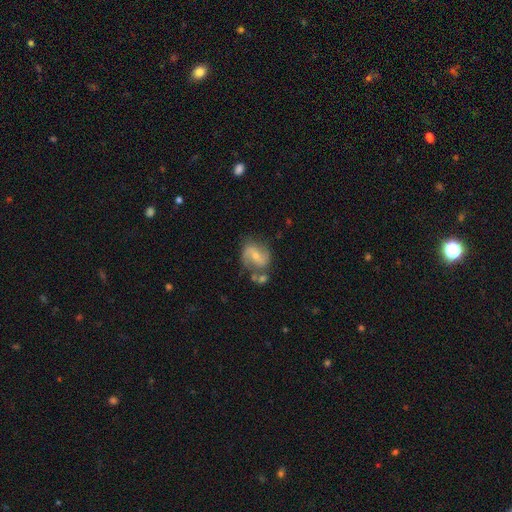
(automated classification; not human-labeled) Q: Smooth or featured?
A: featured or disk (69%); runner-up: smooth (23%)
Q: Edge-on disk?
A: no (97%); runner-up: yes (3%)
Q: Bar?
A: weak (45%); runner-up: no (31%)
Q: Spiral arms?
A: yes (88%); runner-up: no (12%)
Q: Spiral winding?
A: medium (43%); tied with: loose (43%)
Q: Spiral arm count?
A: 2 (87%); runner-up: can't tell (6%)
Q: Bulge size?
A: small (52%); runner-up: moderate (43%)
Q: Merging?
A: none (56%); runner-up: minor disturbance (19%)